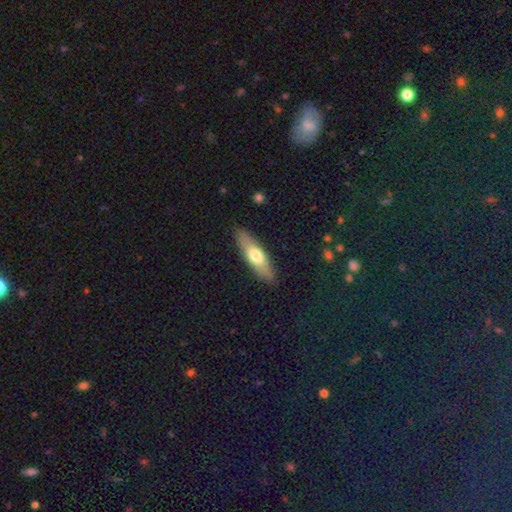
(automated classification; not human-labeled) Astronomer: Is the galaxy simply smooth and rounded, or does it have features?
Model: smooth — 63%.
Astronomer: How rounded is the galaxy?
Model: cigar-shaped — 49%, tied with in between at 49%.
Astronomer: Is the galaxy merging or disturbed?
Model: none — 88%.